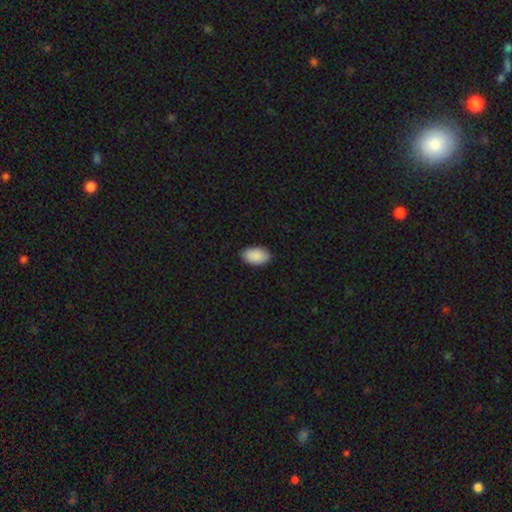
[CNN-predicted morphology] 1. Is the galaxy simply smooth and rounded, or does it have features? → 91% smooth, 6% star or artifact, 3% featured or disk.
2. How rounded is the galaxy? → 95% in between, 4% round, 1% cigar-shaped.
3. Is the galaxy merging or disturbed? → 89% none, 8% minor disturbance, 2% major disturbance, 1% merger.